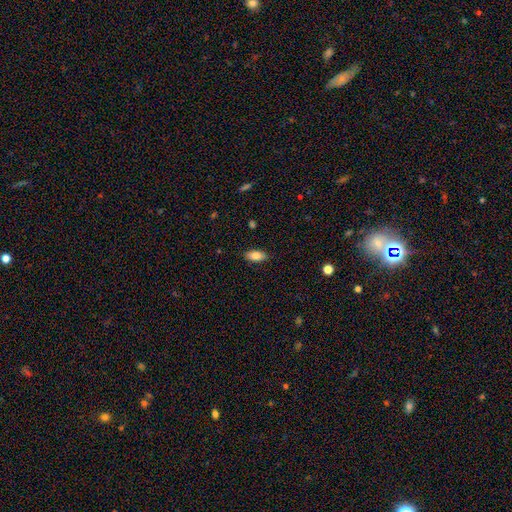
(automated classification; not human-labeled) Smooth or featured?
  - smooth: 83% *
  - featured or disk: 10%
  - star or artifact: 7%
How rounded?
  - in between: 89% *
  - cigar-shaped: 9%
  - round: 3%
Merging?
  - none: 88% *
  - minor disturbance: 9%
  - major disturbance: 2%
  - merger: 1%